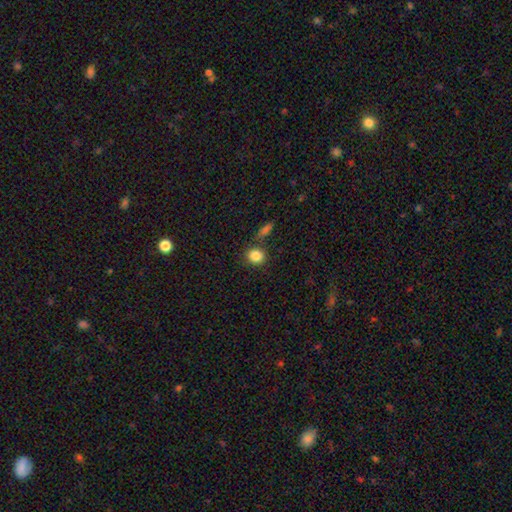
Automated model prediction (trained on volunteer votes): Smooth or featured: smooth — 86% (star or artifact — 9%)
How rounded: round — 79% (in between — 20%)
Merging: none — 77% (minor disturbance — 10%)